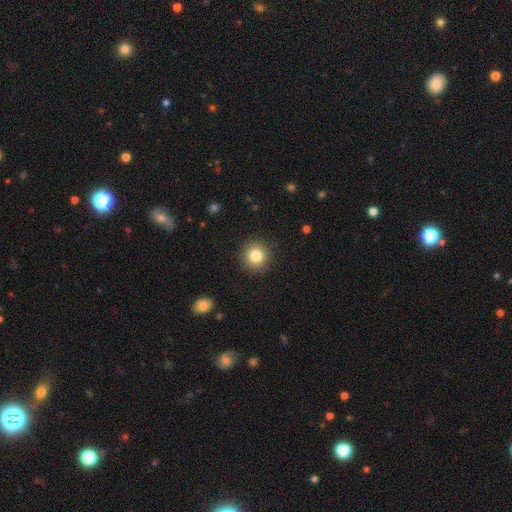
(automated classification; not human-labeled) smooth_or_featured: smooth (p=0.82) [alt: star or artifact p=0.10]
how_rounded: round (p=0.94) [alt: in between p=0.05]
merging: none (p=0.91) [alt: minor disturbance p=0.06]